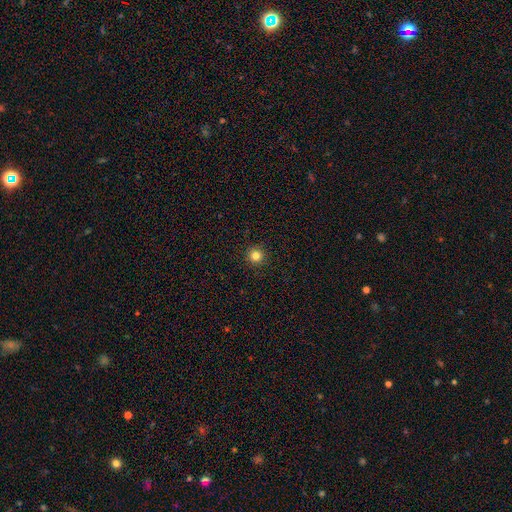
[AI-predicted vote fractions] This appears to be a smooth galaxy with no disk features (82%) that is round (96%). Merging: none (93%).